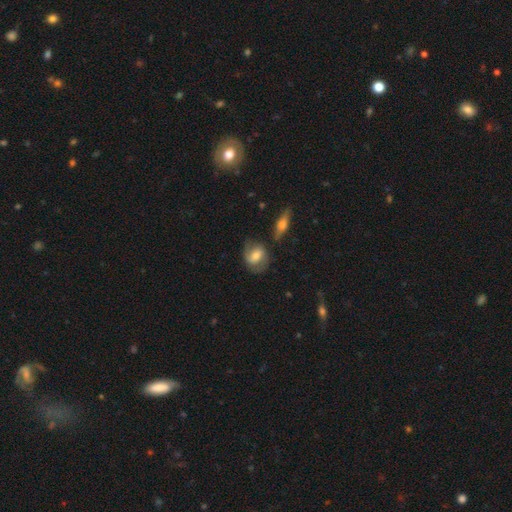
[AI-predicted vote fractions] smooth_or_featured: featured or disk (p=0.50) [alt: smooth p=0.43]
disk_edge_on: no (p=0.94) [alt: yes p=0.06]
merging: none (p=0.67) [alt: minor disturbance p=0.18]